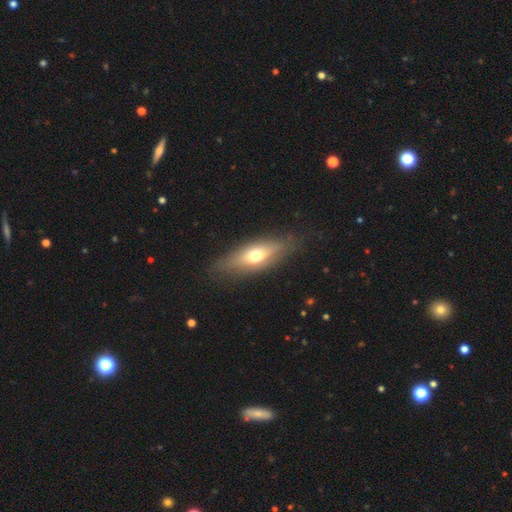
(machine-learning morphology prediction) smooth-or-featured: smooth: 56% | featured or disk: 37% | star or artifact: 7%
  how-rounded: in between: 64% | cigar-shaped: 32% | round: 4%
  merging: none: 81% | minor disturbance: 14% | major disturbance: 4% | merger: 1%